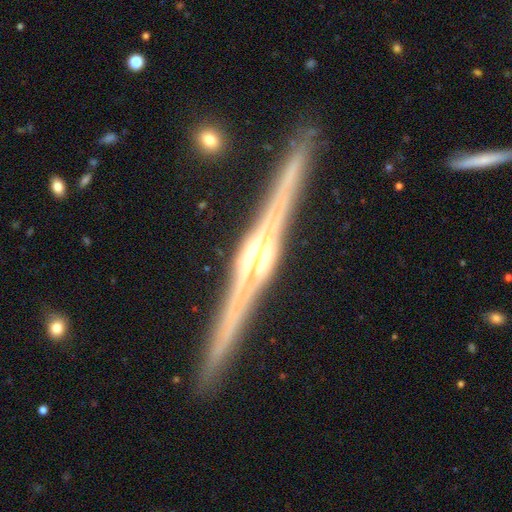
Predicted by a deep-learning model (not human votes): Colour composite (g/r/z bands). It shows a featured or disk galaxy (90%) viewed edge-on (99%) with a rounded central bulge (54%). Merging: none (91%).